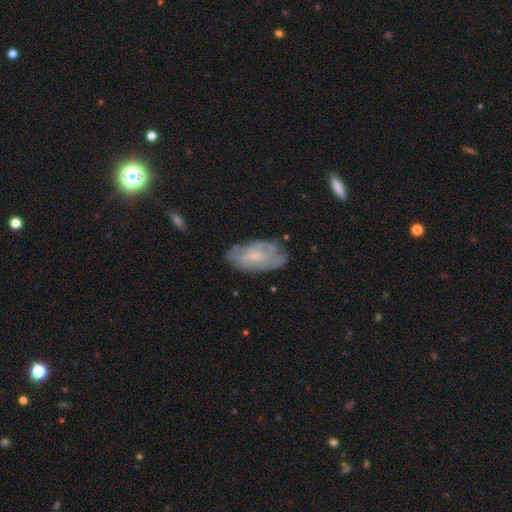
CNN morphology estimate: A featured or disk galaxy (57%) with no bar (64%), spiral arms (63%) and a small central bulge (50%). Merging: none (67%).